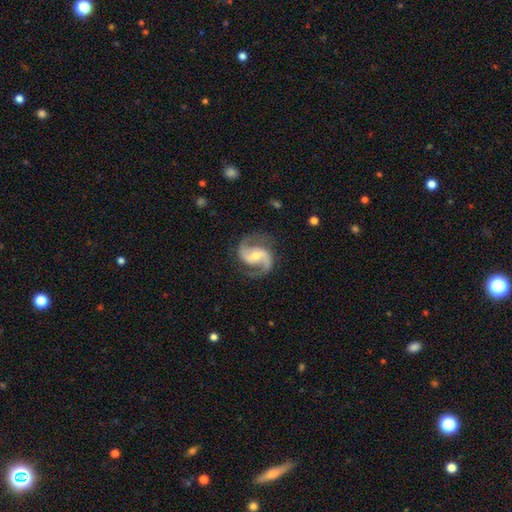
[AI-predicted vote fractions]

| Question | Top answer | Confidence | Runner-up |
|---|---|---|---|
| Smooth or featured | featured or disk | 92% | star or artifact (4%) |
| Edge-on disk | no | 98% | yes (2%) |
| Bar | weak | 45% | no (31%) |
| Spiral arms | yes | 98% | no (2%) |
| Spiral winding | medium | 60% | loose (24%) |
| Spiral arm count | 2 | 94% | can't tell (2%) |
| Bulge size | moderate | 56% | small (37%) |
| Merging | none | 80% | minor disturbance (13%) |